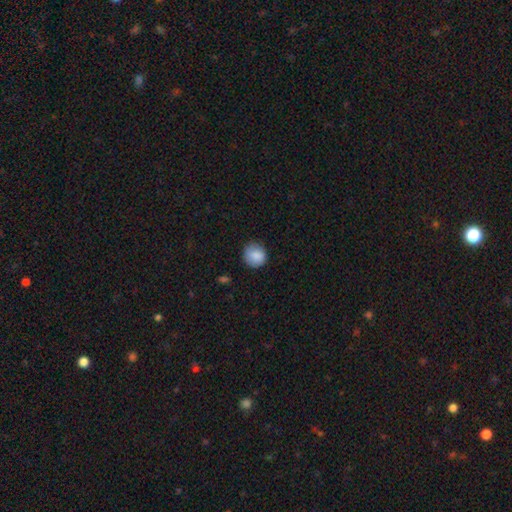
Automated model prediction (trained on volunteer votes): The model was most divided on "merging": none: 81%, minor disturbance: 15%, major disturbance: 3%, merger: 1%. More confident: how rounded — round (88%); smooth or featured — smooth (87%).